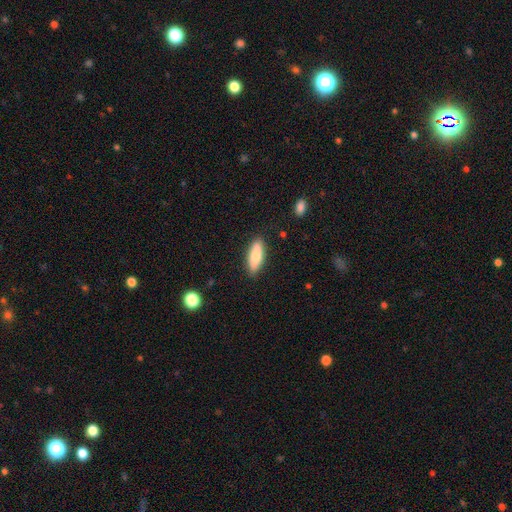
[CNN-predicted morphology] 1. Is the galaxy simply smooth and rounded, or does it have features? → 81% smooth, 13% featured or disk, 6% star or artifact.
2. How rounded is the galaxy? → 57% in between, 41% cigar-shaped, 2% round.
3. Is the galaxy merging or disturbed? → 87% none, 10% minor disturbance, 2% major disturbance, 1% merger.